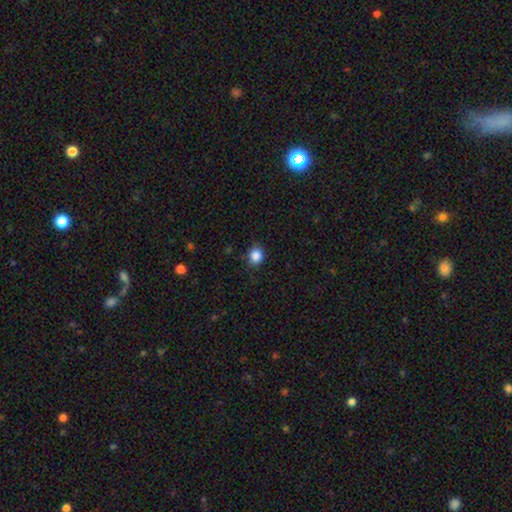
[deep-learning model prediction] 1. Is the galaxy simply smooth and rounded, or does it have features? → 87% smooth, 10% star or artifact, 4% featured or disk.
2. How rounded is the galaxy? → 75% round, 24% in between, 1% cigar-shaped.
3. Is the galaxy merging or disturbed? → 84% none, 12% minor disturbance, 3% major disturbance, 1% merger.